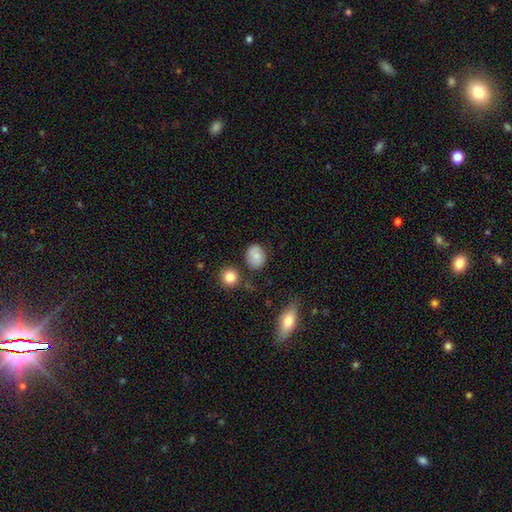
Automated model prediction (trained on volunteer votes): This appears to be a smooth galaxy with no disk features (79%) that is round (51%). Merging: none (76%).